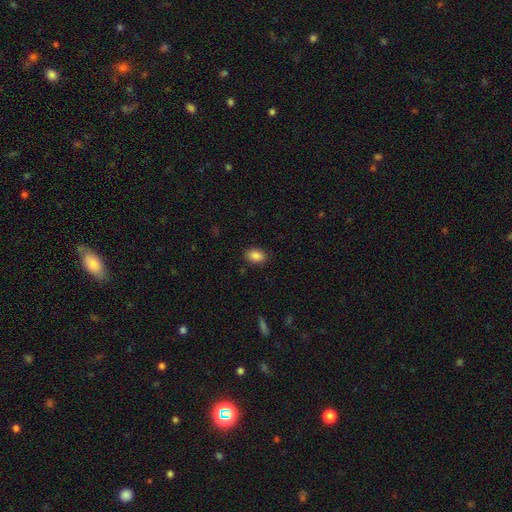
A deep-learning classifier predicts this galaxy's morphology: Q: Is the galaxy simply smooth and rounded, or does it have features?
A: smooth — 87%.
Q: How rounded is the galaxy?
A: in between — 82%.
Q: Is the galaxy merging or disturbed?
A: none — 87%.